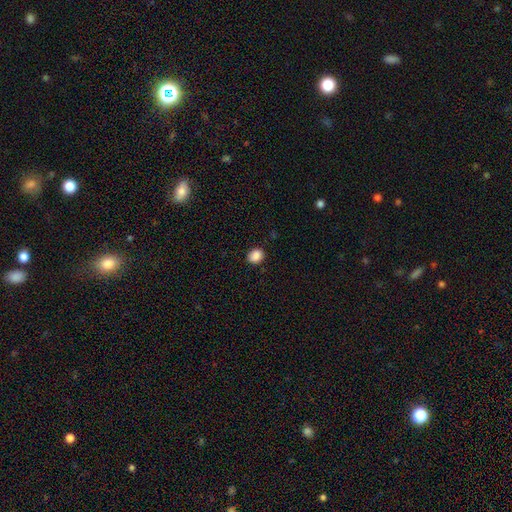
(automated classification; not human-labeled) This is clearly a smooth galaxy (88%). How rounded: possibly round (54%). Merging: clearly none (88%).